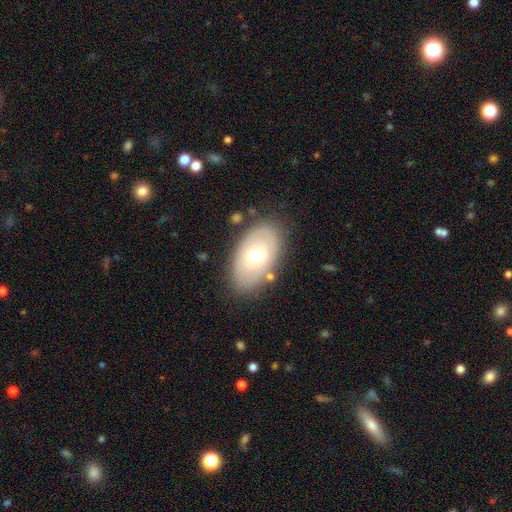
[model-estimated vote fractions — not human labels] The model was most divided on "smooth or featured": smooth: 53%, featured or disk: 40%, star or artifact: 7%. More confident: how rounded — in between (92%); merging — none (80%).